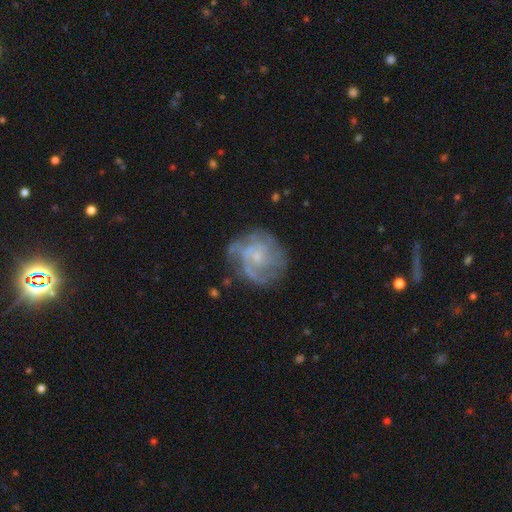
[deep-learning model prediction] A featured or disk galaxy (77%) with no bar (69%), tight (47%) spiral arms (86%) and a small central bulge (63%). Merging: none (63%).